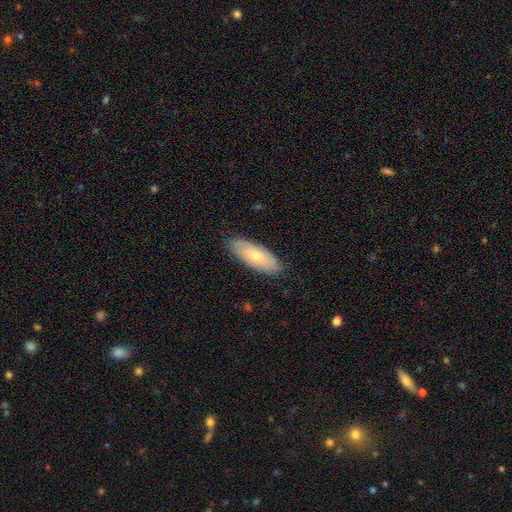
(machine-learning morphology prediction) A smooth galaxy with no disk features (59%) that is in between round and cigar-shaped (77%). Merging: none (85%).